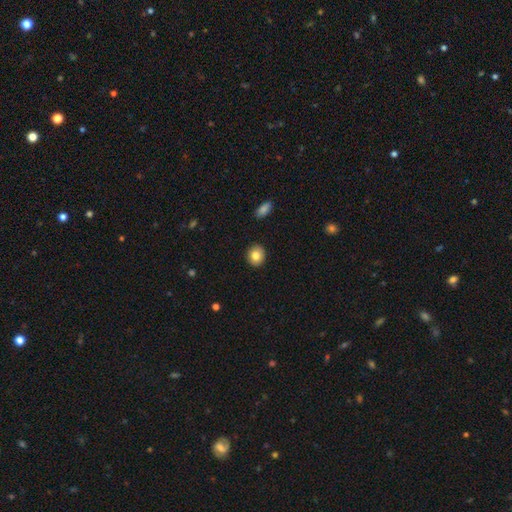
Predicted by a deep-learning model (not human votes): This is clearly a smooth galaxy (82%). How rounded: likely round (76%). Merging: clearly none (90%).